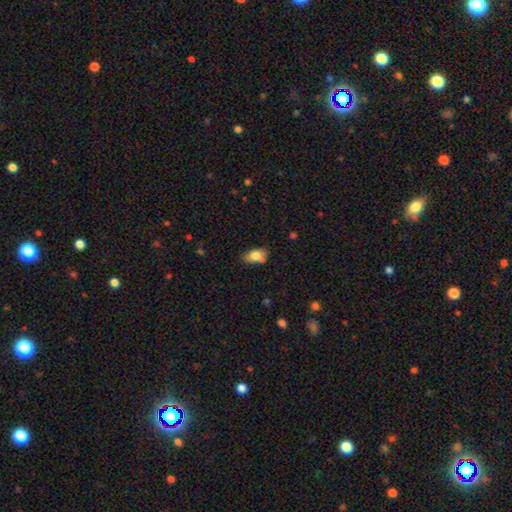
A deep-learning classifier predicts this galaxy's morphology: This appears to be a smooth galaxy with no disk features (79%) that is in between round and cigar-shaped (88%). Merging: none (58%).